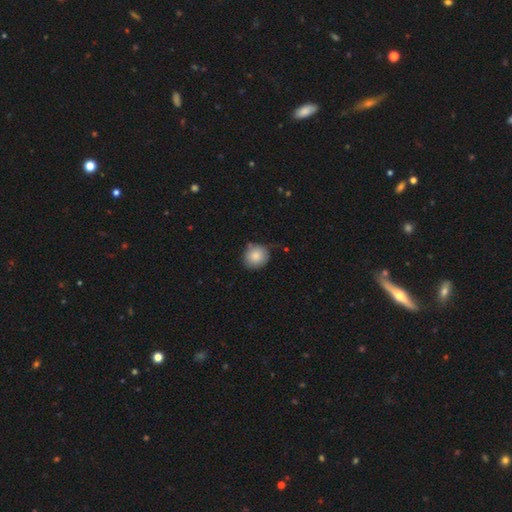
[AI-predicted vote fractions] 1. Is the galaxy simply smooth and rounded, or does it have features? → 85% smooth, 8% star or artifact, 7% featured or disk.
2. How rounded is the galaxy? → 87% round, 12% in between, 1% cigar-shaped.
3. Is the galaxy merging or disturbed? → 72% none, 21% minor disturbance, 4% merger, 3% major disturbance.